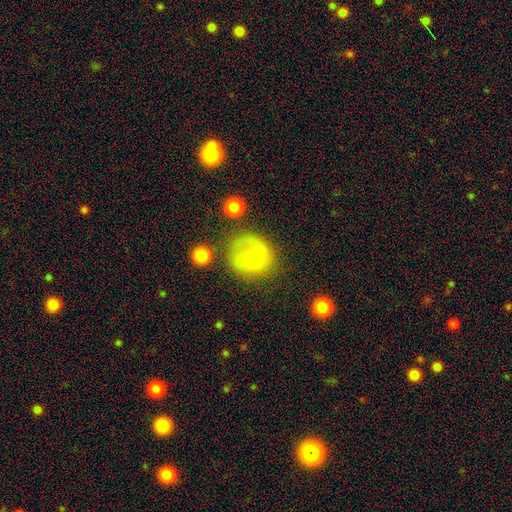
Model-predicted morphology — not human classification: smooth 56%, featured or disk 32%, star or artifact 12%. Down the decision tree: how rounded — round (70%); merging — none (41%).